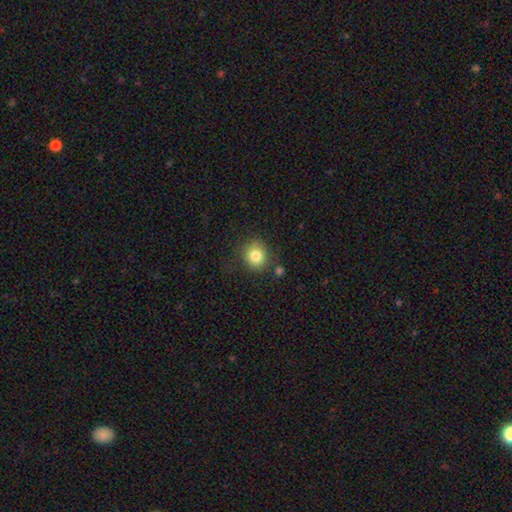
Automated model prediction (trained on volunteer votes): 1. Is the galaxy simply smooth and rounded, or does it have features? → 81% smooth, 10% star or artifact, 8% featured or disk.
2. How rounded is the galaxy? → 83% round, 16% in between, 1% cigar-shaped.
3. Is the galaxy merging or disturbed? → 81% none, 11% minor disturbance, 4% merger, 4% major disturbance.